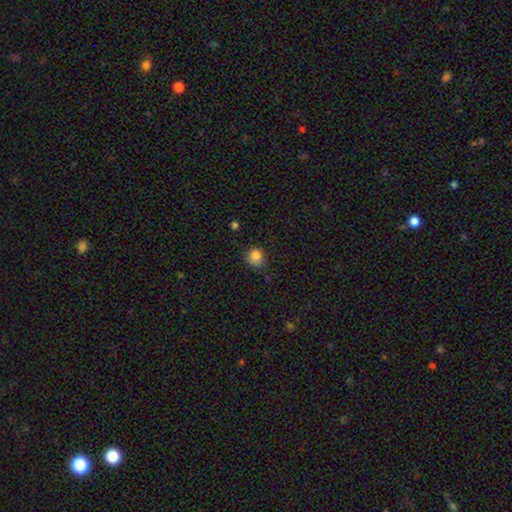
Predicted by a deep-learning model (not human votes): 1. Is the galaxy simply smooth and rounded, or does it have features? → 84% smooth, 11% star or artifact, 5% featured or disk.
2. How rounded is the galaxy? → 80% round, 19% in between, 1% cigar-shaped.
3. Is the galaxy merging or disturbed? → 74% none, 20% minor disturbance, 4% major disturbance, 2% merger.